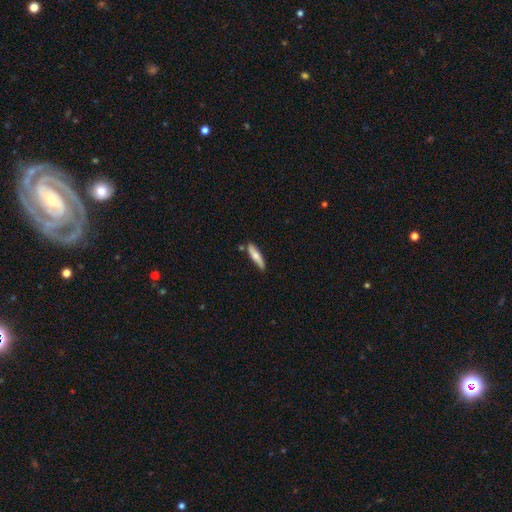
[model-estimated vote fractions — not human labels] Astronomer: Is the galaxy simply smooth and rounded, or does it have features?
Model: smooth — 62%.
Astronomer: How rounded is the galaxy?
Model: cigar-shaped — 78%.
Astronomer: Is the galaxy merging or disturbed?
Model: none — 77%.